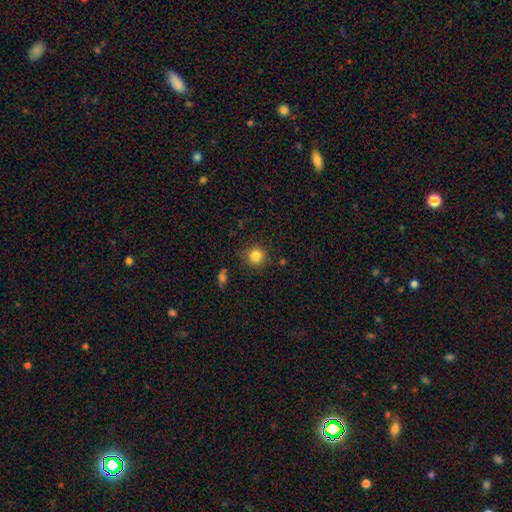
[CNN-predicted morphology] A smooth galaxy with no disk features (84%) that is round (93%).

Vote fractions:
- Smooth or featured? smooth: 84% / star or artifact: 11% / featured or disk: 5%
- How rounded? round: 93% / in between: 6% / cigar-shaped: 1%
- Merging? none: 84% / minor disturbance: 11% / major disturbance: 3% / merger: 2%